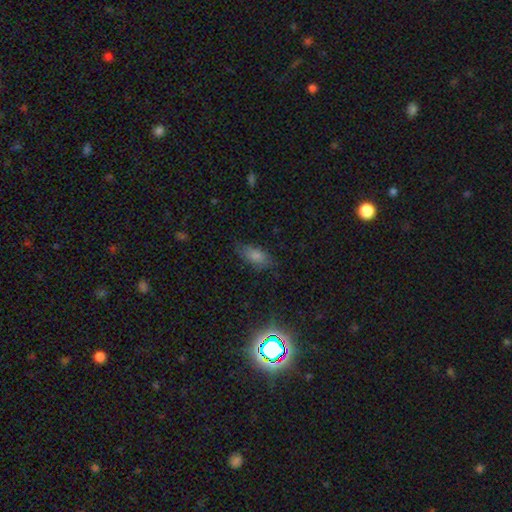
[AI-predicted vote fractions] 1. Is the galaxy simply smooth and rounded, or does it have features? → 64% smooth, 23% star or artifact, 13% featured or disk.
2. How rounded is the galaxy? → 81% in between, 12% cigar-shaped, 7% round.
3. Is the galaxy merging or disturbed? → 76% none, 18% minor disturbance, 5% major disturbance, 2% merger.